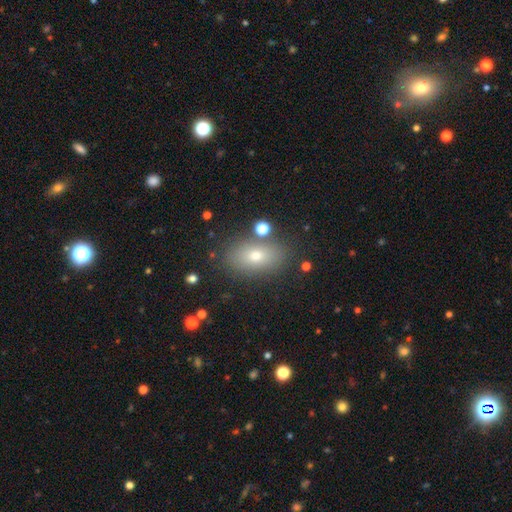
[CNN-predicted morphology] Overall: smooth (69%). How rounded: in between (84%). Merging: none (82%).